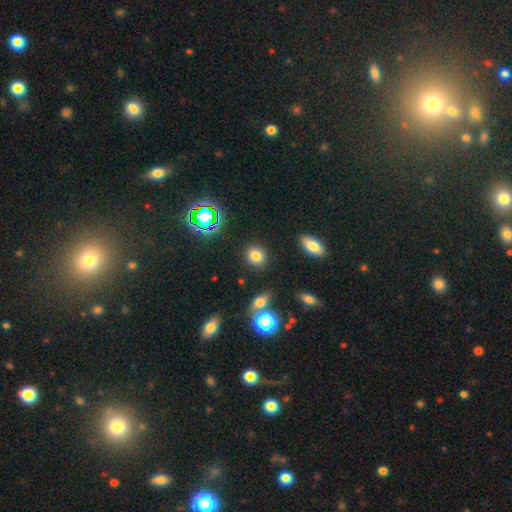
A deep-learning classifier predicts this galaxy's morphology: Smooth or featured?
  - smooth: 78% *
  - star or artifact: 15%
  - featured or disk: 7%
How rounded?
  - round: 72% *
  - in between: 26%
  - cigar-shaped: 2%
Merging?
  - none: 86% *
  - minor disturbance: 8%
  - merger: 3%
  - major disturbance: 3%